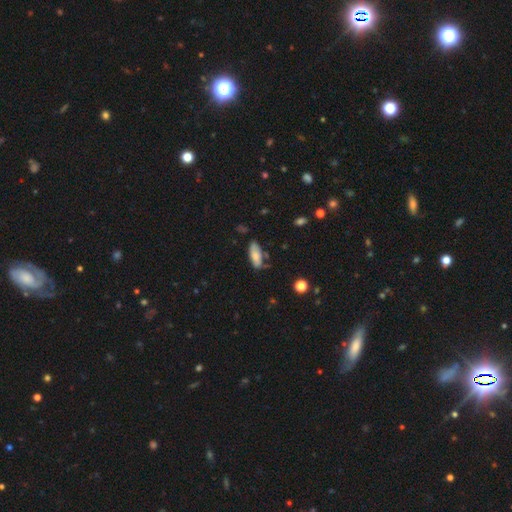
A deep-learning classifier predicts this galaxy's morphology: smooth 76%, featured or disk 17%, star or artifact 7%. Down the decision tree: how rounded — in between (78%); merging — none (59%).